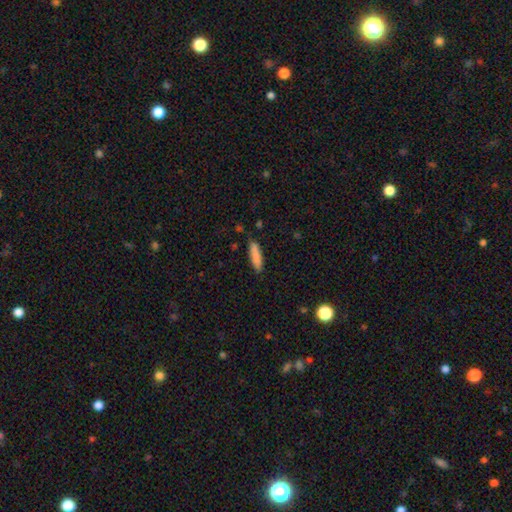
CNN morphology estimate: Smooth or featured?
  - smooth: 87% *
  - featured or disk: 7%
  - star or artifact: 6%
How rounded?
  - cigar-shaped: 75% *
  - in between: 24%
  - round: 1%
Merging?
  - none: 85% *
  - minor disturbance: 11%
  - major disturbance: 2%
  - merger: 2%